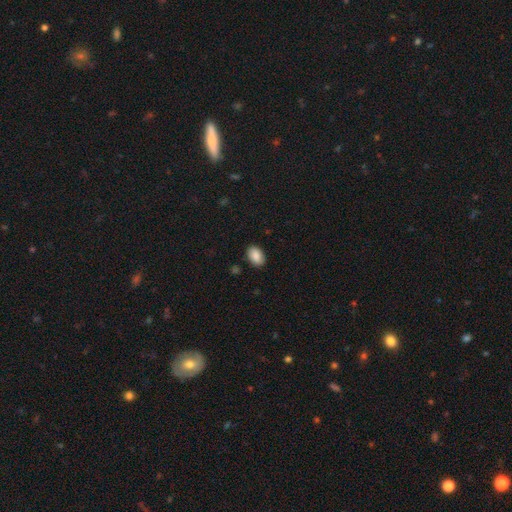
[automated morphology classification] smooth_or_featured: smooth (p=0.89) [alt: star or artifact p=0.07]
how_rounded: in between (p=0.88) [alt: round p=0.11]
merging: none (p=0.87) [alt: minor disturbance p=0.09]